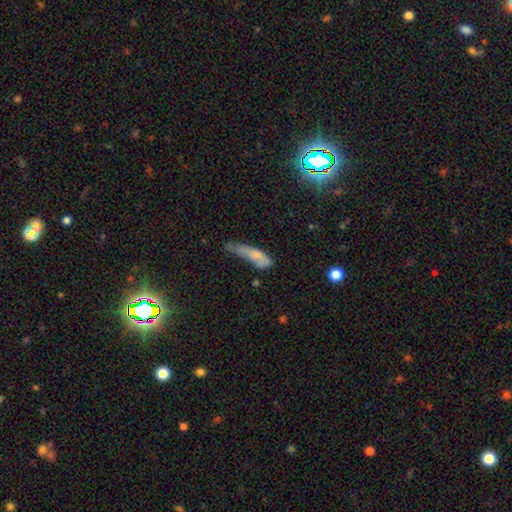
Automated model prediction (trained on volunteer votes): This is likely a smooth galaxy (66%). How rounded: likely cigar-shaped (63%). Merging: marginally minor disturbance (36%).